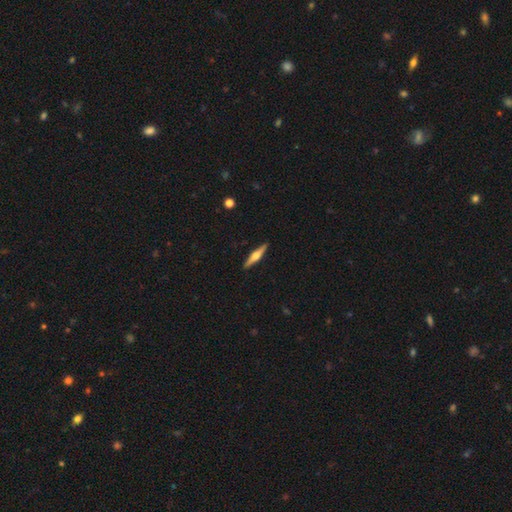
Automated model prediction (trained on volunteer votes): Overall: featured or disk (69%). Edge-on disk: yes (98%). Edge-on bulge: rounded (91%). Merging: none (92%).